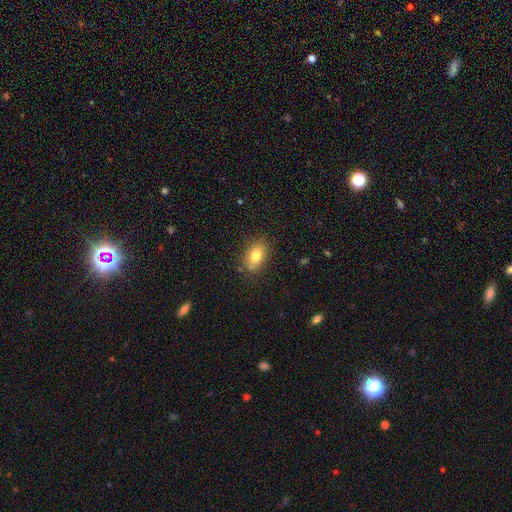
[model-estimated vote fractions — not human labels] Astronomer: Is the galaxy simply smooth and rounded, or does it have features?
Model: smooth — 78%.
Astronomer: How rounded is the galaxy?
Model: in between — 83%.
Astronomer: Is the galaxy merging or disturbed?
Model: none — 79%.